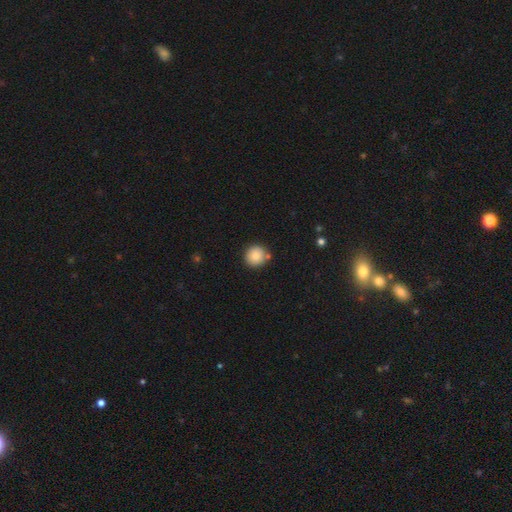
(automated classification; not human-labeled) Smooth or featured: smooth — 83% (star or artifact — 9%)
How rounded: round — 93% (in between — 7%)
Merging: none — 81% (minor disturbance — 9%)